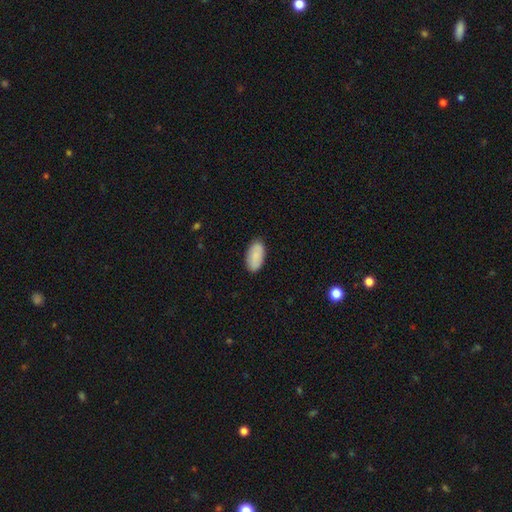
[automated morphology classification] smooth-or-featured: smooth: 88% | featured or disk: 6% | star or artifact: 6%
  how-rounded: in between: 95% | cigar-shaped: 3% | round: 2%
  merging: none: 88% | minor disturbance: 9% | major disturbance: 2% | merger: 1%